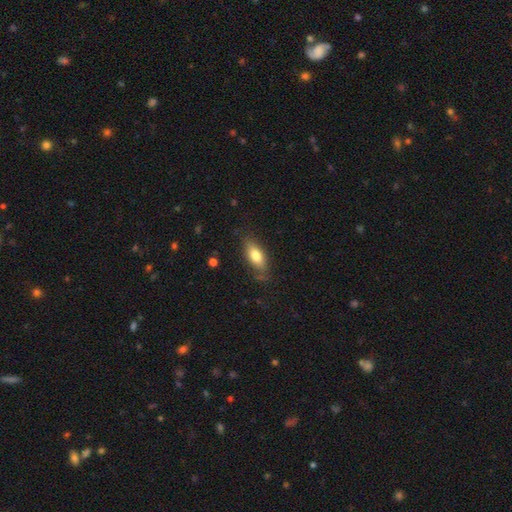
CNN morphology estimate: This is likely a smooth galaxy (73%). How rounded: likely in between (77%). Merging: likely none (75%).